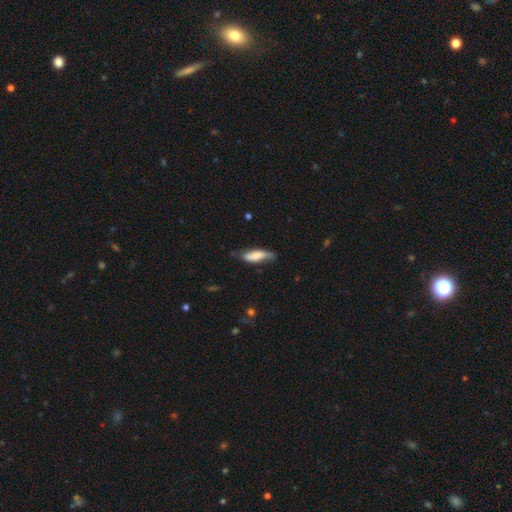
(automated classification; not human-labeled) Smooth or featured?
  - smooth: 67% *
  - featured or disk: 26%
  - star or artifact: 7%
How rounded?
  - in between: 54% *
  - cigar-shaped: 44%
  - round: 2%
Merging?
  - none: 58% *
  - minor disturbance: 32%
  - major disturbance: 8%
  - merger: 2%